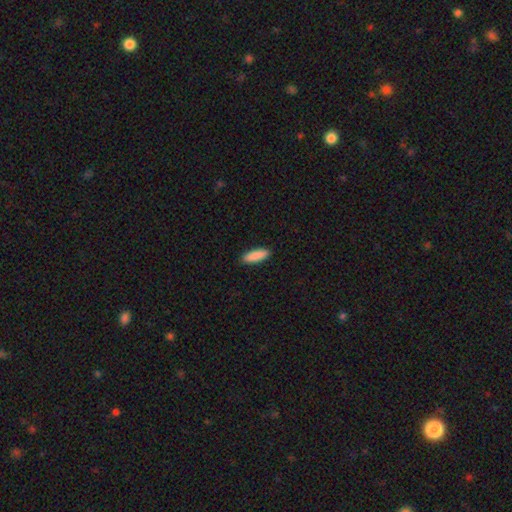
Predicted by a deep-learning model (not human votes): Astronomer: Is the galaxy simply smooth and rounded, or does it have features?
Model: smooth — 90%.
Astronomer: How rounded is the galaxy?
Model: cigar-shaped — 50% (runner-up: in between, 49%).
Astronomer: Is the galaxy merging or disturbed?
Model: none — 91%.